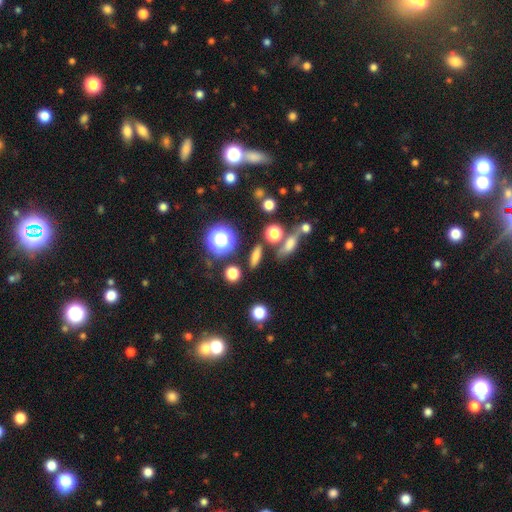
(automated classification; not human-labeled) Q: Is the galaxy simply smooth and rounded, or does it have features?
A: smooth — 69%.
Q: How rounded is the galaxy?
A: in between — 40%.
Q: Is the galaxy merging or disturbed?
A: none — 79%.